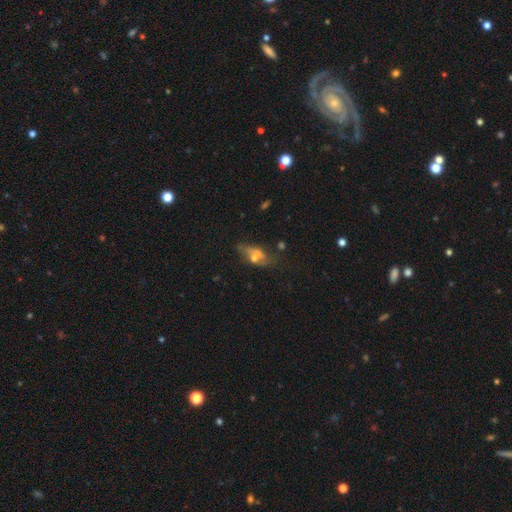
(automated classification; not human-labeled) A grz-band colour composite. It shows a smooth galaxy with no disk features (44%). Merging: none (41%).